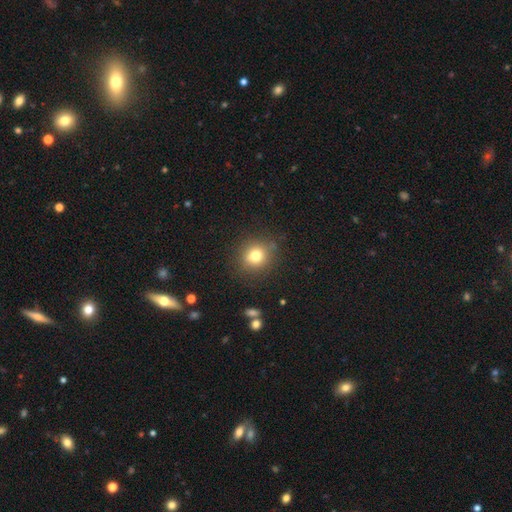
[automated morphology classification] Smooth or featured?
  - smooth: 76% *
  - star or artifact: 13%
  - featured or disk: 10%
How rounded?
  - round: 83% *
  - in between: 16%
  - cigar-shaped: 1%
Merging?
  - none: 83% *
  - minor disturbance: 11%
  - major disturbance: 4%
  - merger: 2%